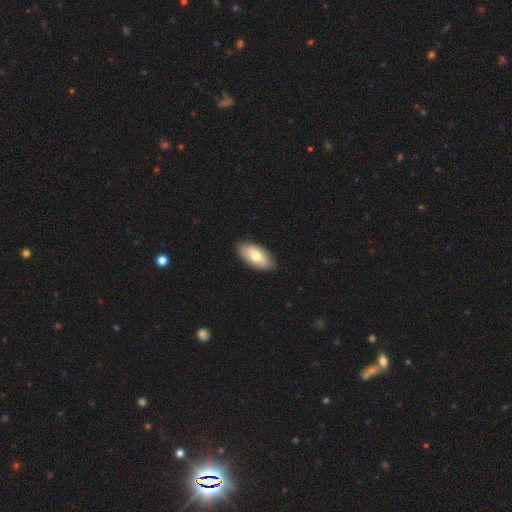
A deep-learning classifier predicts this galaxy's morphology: A smooth galaxy with no disk features (71%) that is in between round and cigar-shaped (92%). Merging: none (86%).